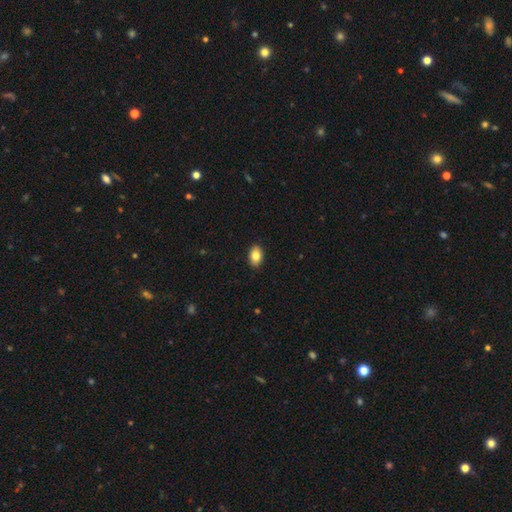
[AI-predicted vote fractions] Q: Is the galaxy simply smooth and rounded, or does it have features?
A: smooth — 83%.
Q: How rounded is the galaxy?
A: in between — 88%.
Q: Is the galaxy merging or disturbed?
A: none — 90%.